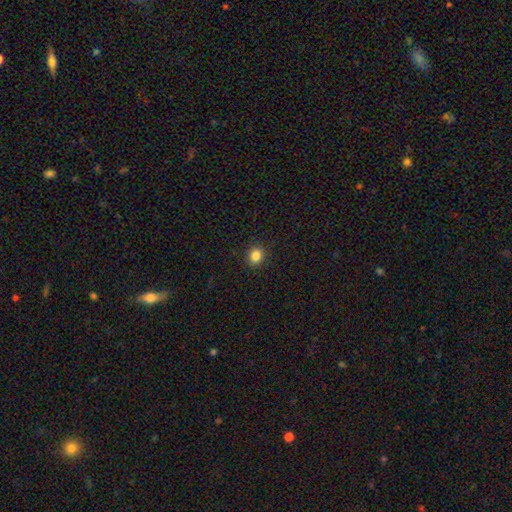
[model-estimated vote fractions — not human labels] Smooth or featured: smooth — 85% (star or artifact — 11%)
How rounded: round — 76% (in between — 23%)
Merging: none — 91% (minor disturbance — 6%)